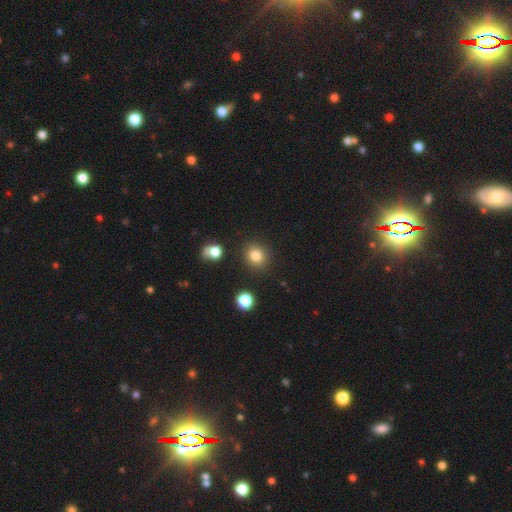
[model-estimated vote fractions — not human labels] This appears to be a smooth galaxy with no disk features (82%) that is round (82%). Merging: none (88%).